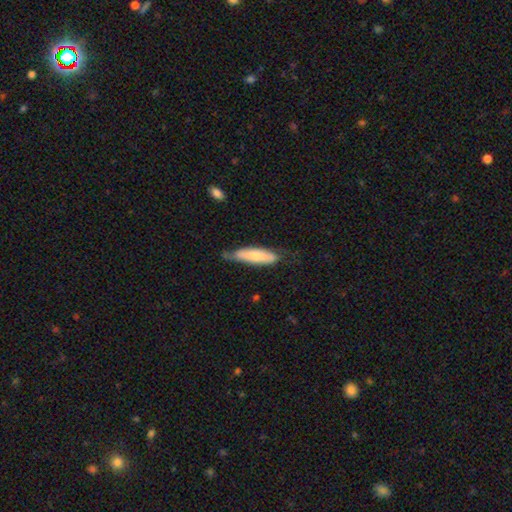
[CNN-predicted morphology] This is likely a smooth galaxy (73%). How rounded: likely cigar-shaped (69%). Merging: possibly none (57%).